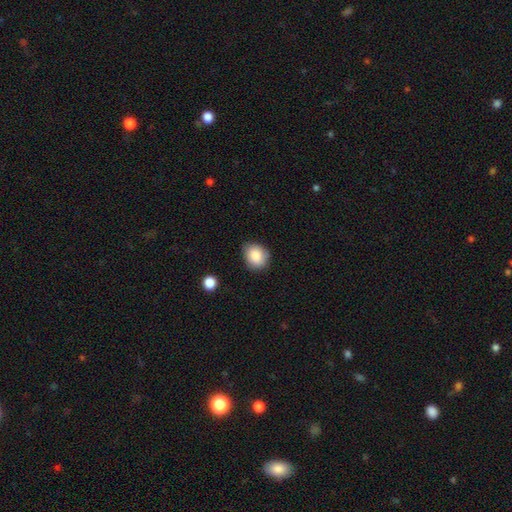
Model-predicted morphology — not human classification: Smooth or featured? smooth (87%)
How rounded? round (56%)
Merging? none (77%)